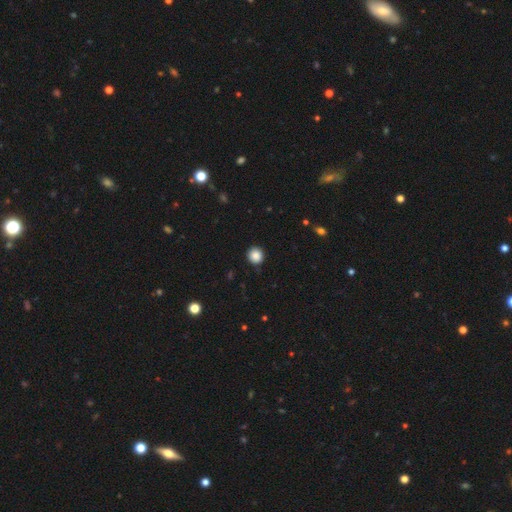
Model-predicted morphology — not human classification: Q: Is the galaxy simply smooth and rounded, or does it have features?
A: smooth — 87%.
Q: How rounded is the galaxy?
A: round — 92%.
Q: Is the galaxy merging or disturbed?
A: none — 89%.